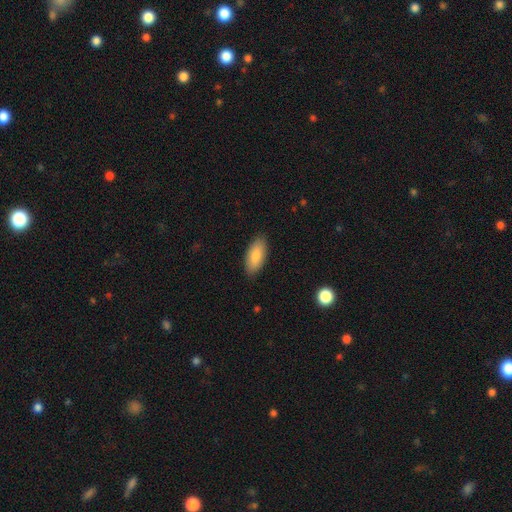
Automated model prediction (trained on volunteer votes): This appears to be a smooth galaxy with no disk features (84%) that is in between round and cigar-shaped (88%). Merging: none (86%).